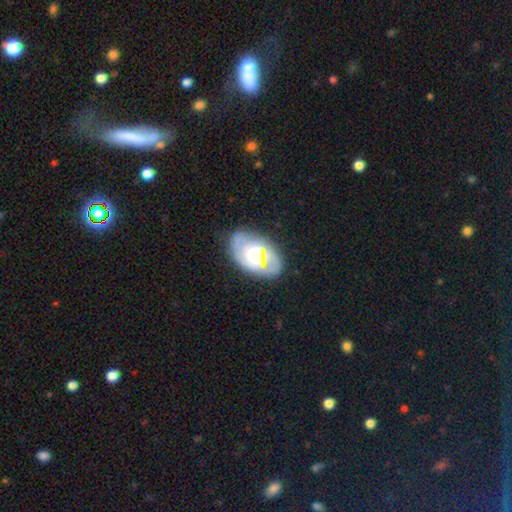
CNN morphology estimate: featured or disk 72%, smooth 22%, star or artifact 6%. Down the decision tree: edge-on disk — no (95%); bar — no (67%); spiral arms — yes (78%); spiral arm count — 2 (41%); spiral winding — tight (61%); bulge size — moderate (55%); merging — none (73%).